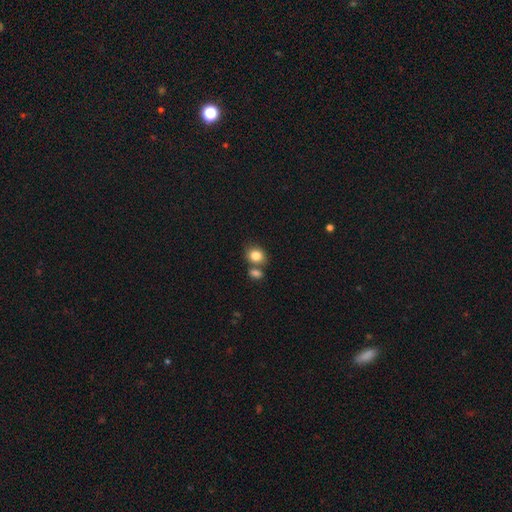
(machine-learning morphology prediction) Smooth or featured? smooth (83%)
How rounded? round (57%)
Merging? none (55%)